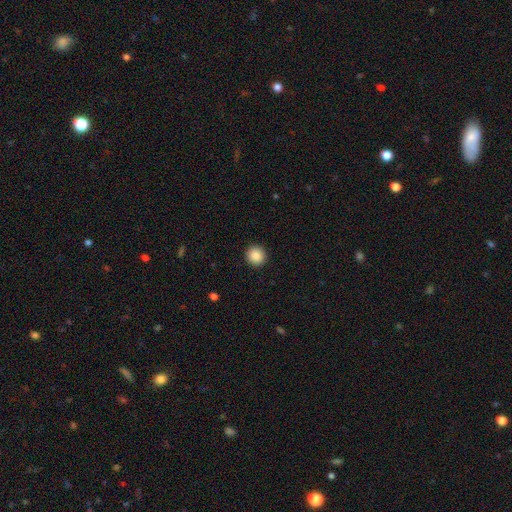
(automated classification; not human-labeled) Morphology: type=smooth (88%); roundness=round (93%); merging=none (93%).